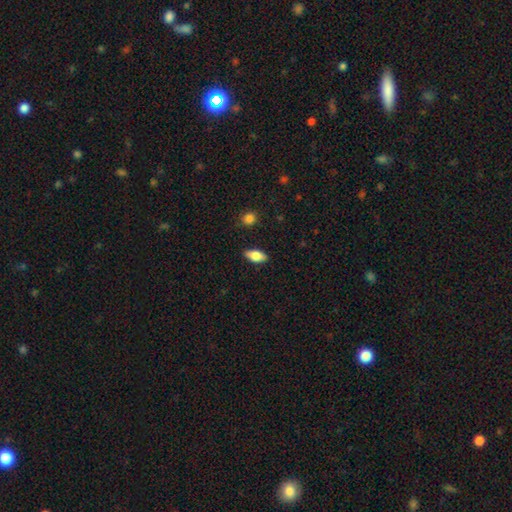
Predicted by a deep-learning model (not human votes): smooth_or_featured: smooth (p=0.75) [alt: featured or disk p=0.18]
how_rounded: in between (p=0.86) [alt: cigar-shaped p=0.10]
merging: none (p=0.87) [alt: minor disturbance p=0.09]